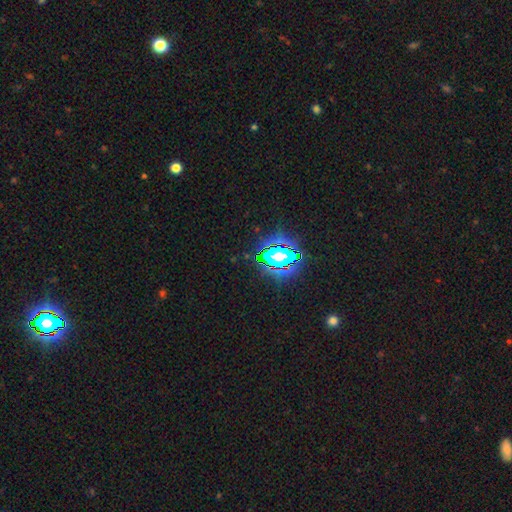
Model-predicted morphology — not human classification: A star or artifact, not a galaxy (82%).